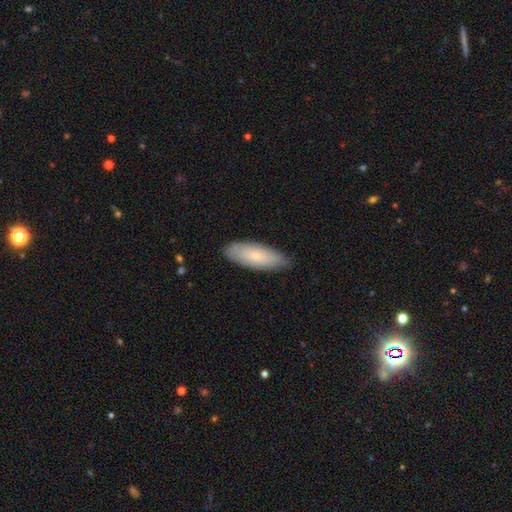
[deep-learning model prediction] smooth 73%, featured or disk 21%, star or artifact 6%. Down the decision tree: how rounded — in between (65%); merging — none (81%).